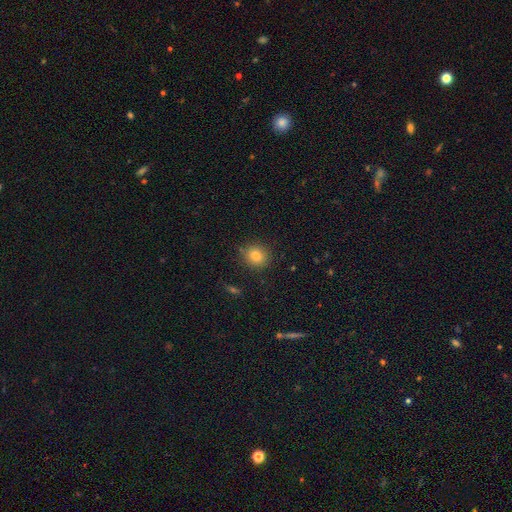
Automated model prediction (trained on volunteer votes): This is likely a smooth galaxy (79%). How rounded: clearly round (82%). Merging: clearly none (86%).